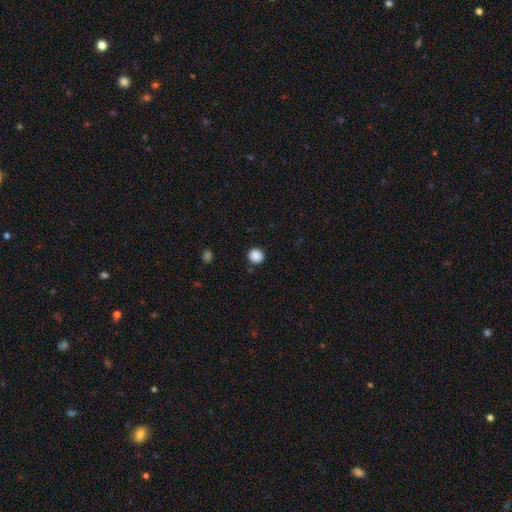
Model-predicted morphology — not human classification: type=smooth (88%); roundness=round (91%); merging=none (91%).